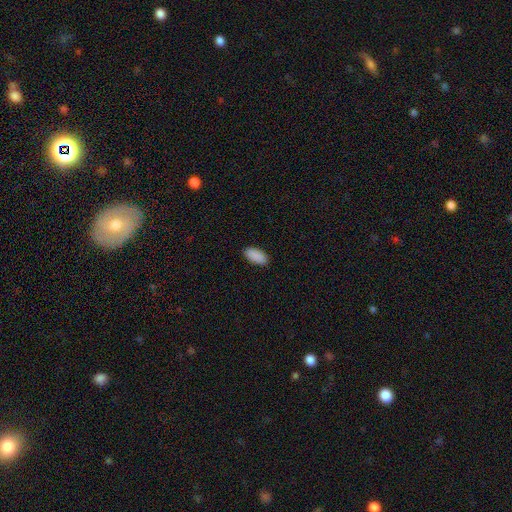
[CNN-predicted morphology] A smooth galaxy with no disk features (91%) that is in between round and cigar-shaped (93%).

Vote fractions:
- Smooth or featured? smooth: 91% / star or artifact: 6% / featured or disk: 3%
- How rounded? in between: 93% / cigar-shaped: 5% / round: 2%
- Merging? none: 90% / minor disturbance: 8% / major disturbance: 2% / merger: 1%